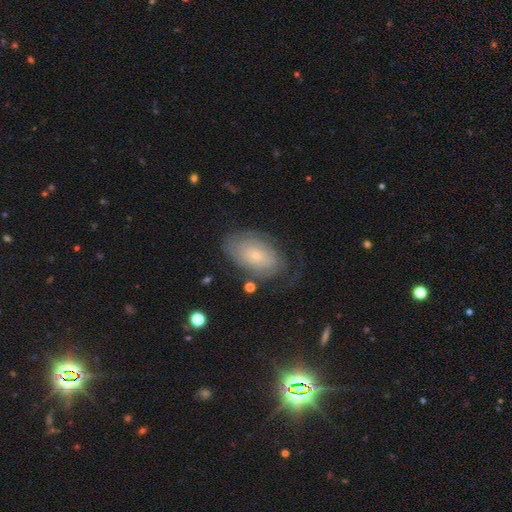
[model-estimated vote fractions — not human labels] Q: Smooth or featured?
A: featured or disk (58%); runner-up: smooth (33%)
Q: Edge-on disk?
A: no (94%); runner-up: yes (6%)
Q: Bar?
A: no (85%); runner-up: weak (12%)
Q: Spiral arms?
A: yes (71%); runner-up: no (29%)
Q: Bulge size?
A: small (82%); runner-up: moderate (13%)
Q: Merging?
A: none (63%); runner-up: minor disturbance (22%)